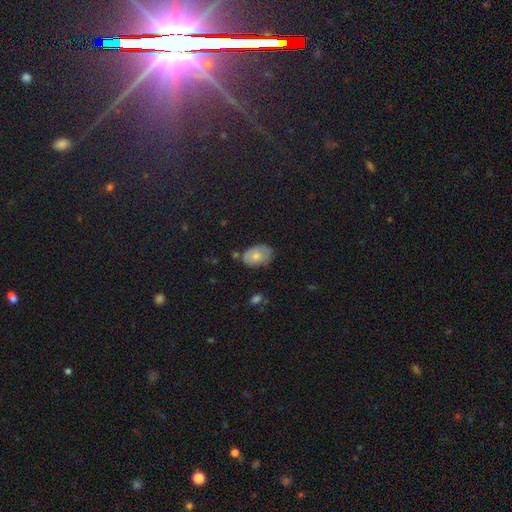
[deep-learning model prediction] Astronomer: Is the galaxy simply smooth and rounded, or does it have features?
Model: smooth — 73%.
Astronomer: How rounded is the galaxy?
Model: in between — 86%.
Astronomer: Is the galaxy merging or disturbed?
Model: none — 62%.